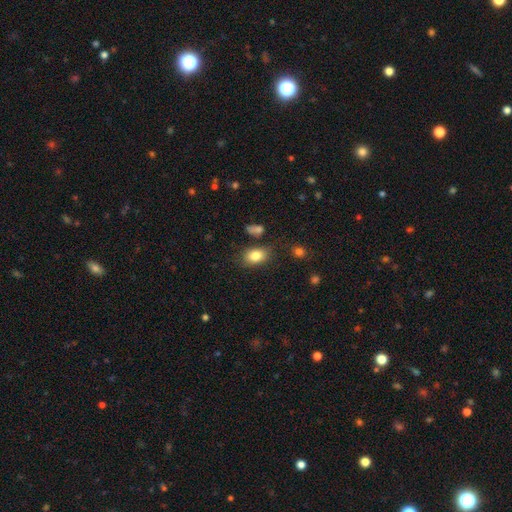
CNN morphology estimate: Smooth or featured? Predicted: smooth (p=0.82). How rounded? Predicted: in between (p=0.83). Merging? Predicted: none (p=0.74).